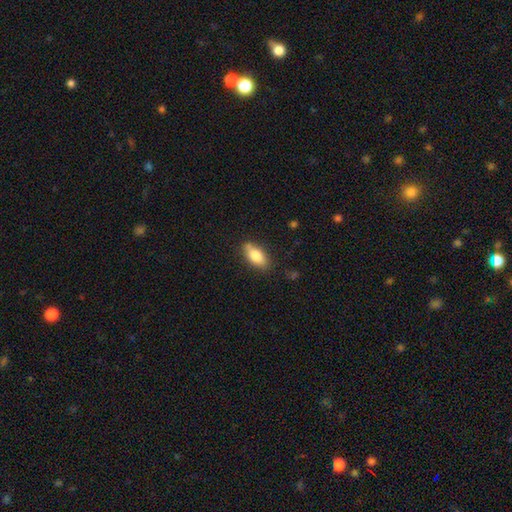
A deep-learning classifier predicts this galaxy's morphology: Smooth or featured?
  - smooth: 81% *
  - featured or disk: 12%
  - star or artifact: 7%
How rounded?
  - in between: 87% *
  - cigar-shaped: 9%
  - round: 4%
Merging?
  - none: 78% *
  - minor disturbance: 16%
  - major disturbance: 3%
  - merger: 3%